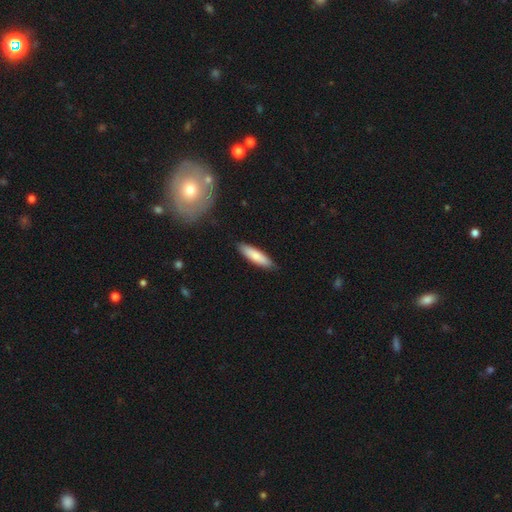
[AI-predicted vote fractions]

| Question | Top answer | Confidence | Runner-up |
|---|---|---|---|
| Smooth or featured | smooth | 78% | featured or disk (16%) |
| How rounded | cigar-shaped | 66% | in between (33%) |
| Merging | none | 87% | minor disturbance (10%) |